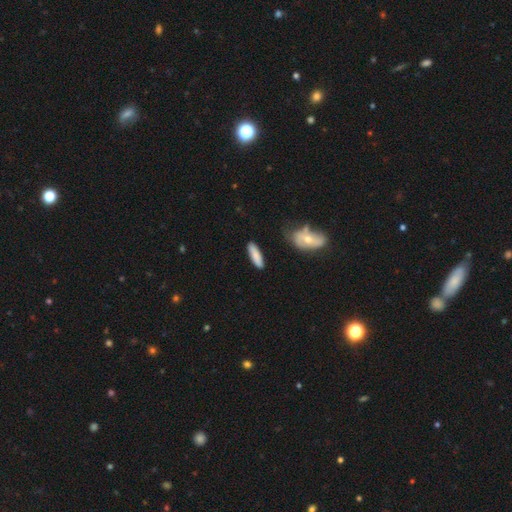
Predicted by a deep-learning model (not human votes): smooth 83%, featured or disk 12%, star or artifact 6%. Down the decision tree: how rounded — cigar-shaped (65%); merging — none (83%).